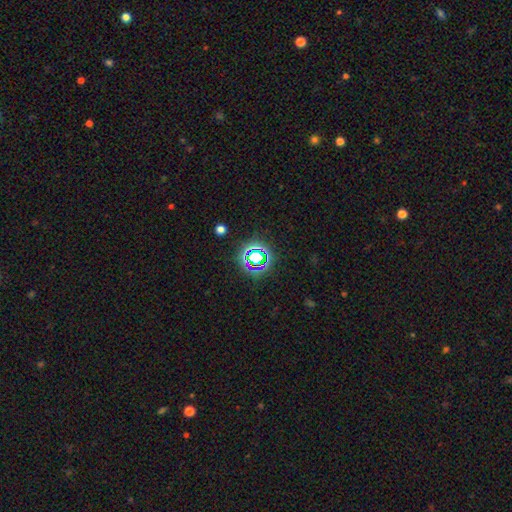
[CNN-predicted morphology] type=star or artifact (64%).